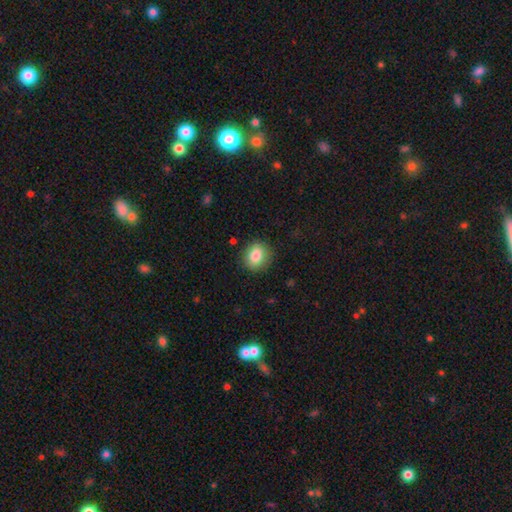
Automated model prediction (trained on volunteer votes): This appears to be a smooth galaxy with no disk features (84%) that is round (65%). Merging: none (86%).